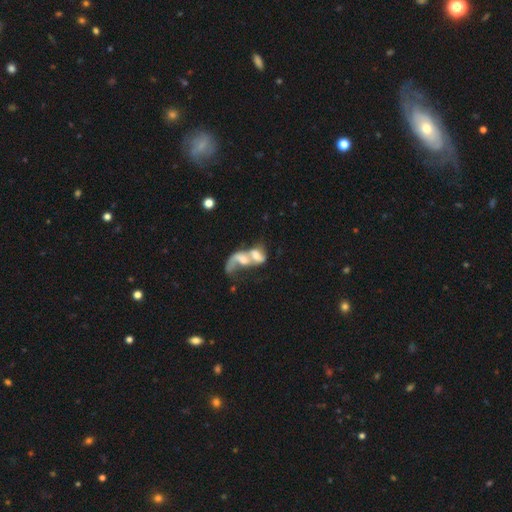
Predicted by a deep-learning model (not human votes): featured or disk 54%, smooth 36%, star or artifact 10%. Down the decision tree: edge-on disk — no (95%); bar — no (60%); spiral arms — yes (55%); bulge size — moderate (35%); merging — merger (74%).